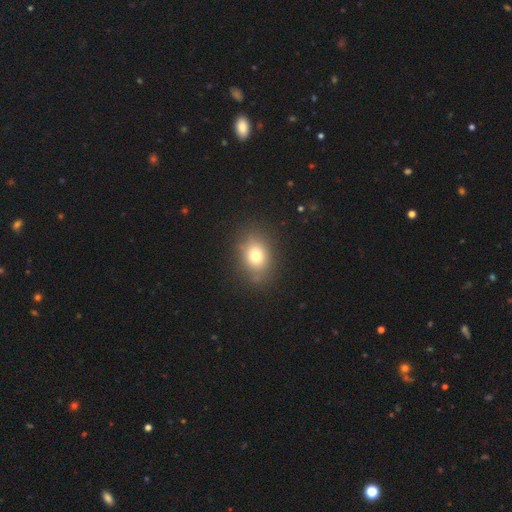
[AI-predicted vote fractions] A smooth galaxy with no disk features (74%) that is in between round and cigar-shaped (55%).

Vote fractions:
- Smooth or featured? smooth: 74% / star or artifact: 13% / featured or disk: 13%
- How rounded? in between: 55% / round: 44% / cigar-shaped: 1%
- Merging? none: 80% / minor disturbance: 13% / major disturbance: 5% / merger: 2%